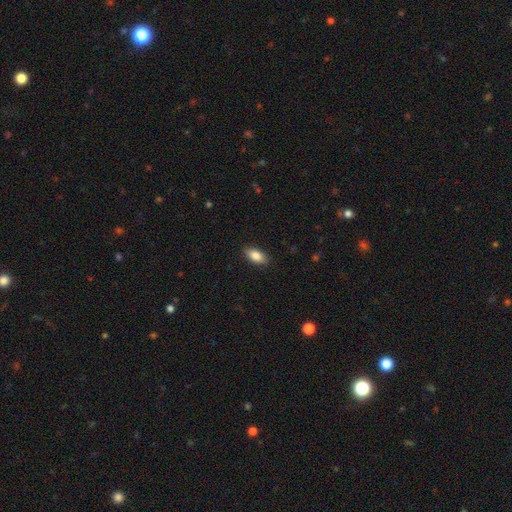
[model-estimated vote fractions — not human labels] Smooth or featured? Predicted: smooth (p=0.85). How rounded? Predicted: in between (p=0.88). Merging? Predicted: none (p=0.88).